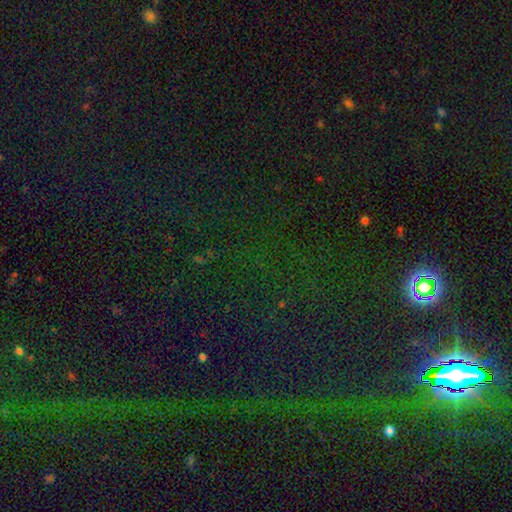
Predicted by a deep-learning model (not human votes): Smooth or featured? star or artifact (82%)